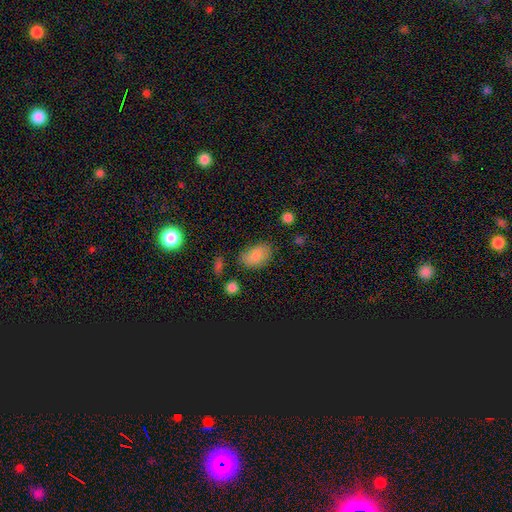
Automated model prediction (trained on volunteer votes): Q: Smooth or featured?
A: smooth (83%); runner-up: featured or disk (9%)
Q: How rounded?
A: in between (88%); runner-up: round (11%)
Q: Merging?
A: none (73%); runner-up: minor disturbance (18%)